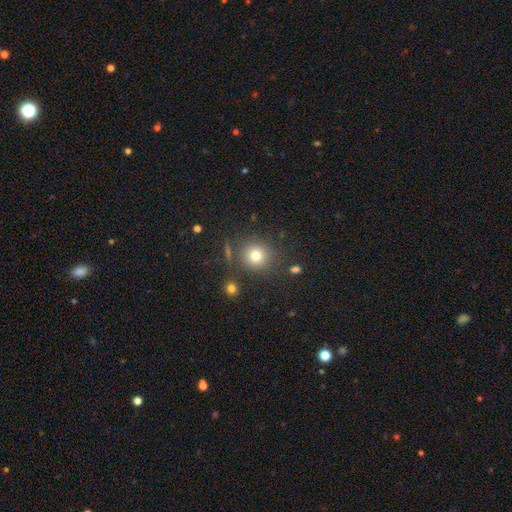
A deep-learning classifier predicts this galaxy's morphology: A smooth galaxy with no disk features (76%) that is round (92%). Merging: none (81%).